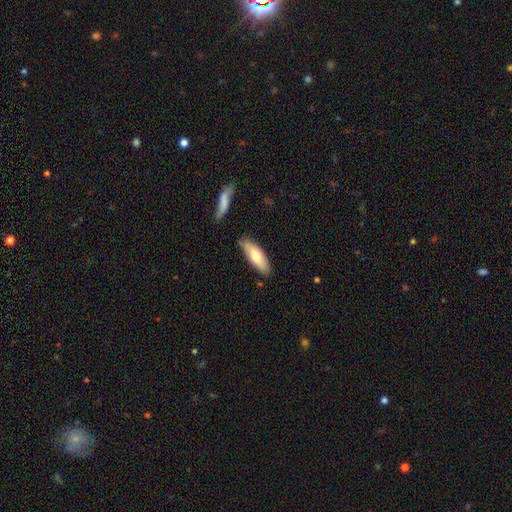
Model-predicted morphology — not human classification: type=smooth (70%); roundness=in between (58%); merging=none (81%).